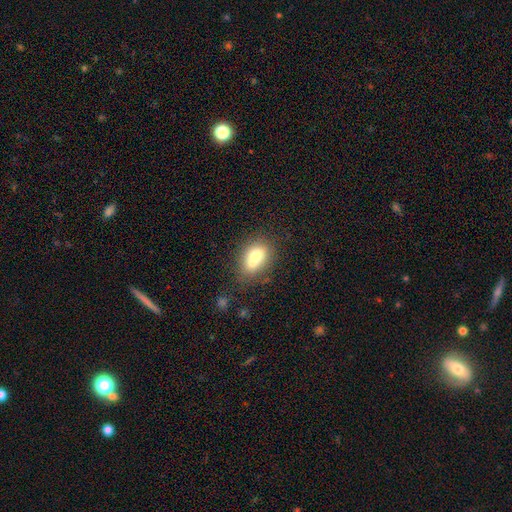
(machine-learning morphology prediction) smooth_or_featured: smooth (p=0.68) [alt: featured or disk p=0.22]
how_rounded: in between (p=0.68) [alt: round p=0.30]
merging: merger (p=0.46) [alt: none p=0.38]